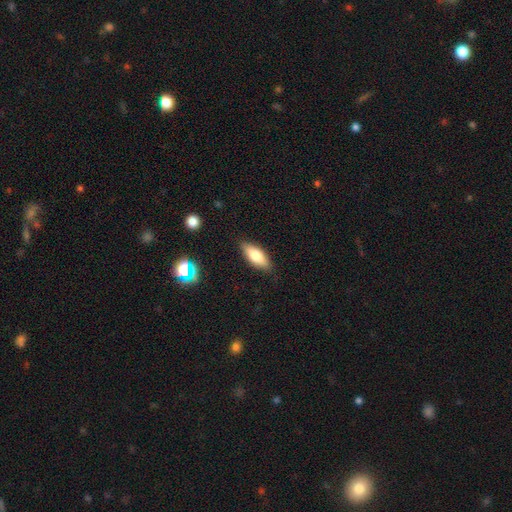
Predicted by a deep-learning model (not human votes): A smooth galaxy with no disk features (74%) that is in between round and cigar-shaped (75%).

Vote fractions:
- Smooth or featured? smooth: 74% / featured or disk: 19% / star or artifact: 7%
- How rounded? in between: 75% / cigar-shaped: 22% / round: 2%
- Merging? none: 84% / minor disturbance: 12% / major disturbance: 2% / merger: 1%